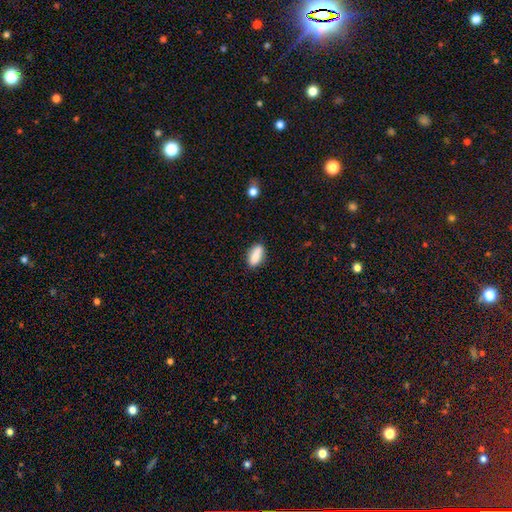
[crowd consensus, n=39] Smooth or featured?
  - smooth: 82% *
  - featured or disk: 10%
  - star or artifact: 8%
How rounded?
  - in between: 81% *
  - cigar-shaped: 16%
  - round: 3%
Merging?
  - none: 61% *
  - merger: 19%
  - minor disturbance: 17%
  - major disturbance: 3%